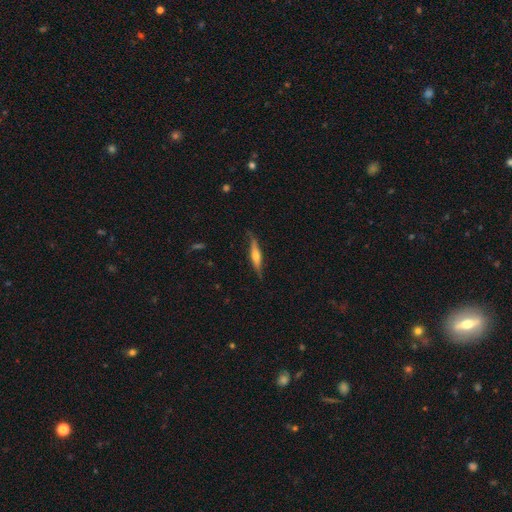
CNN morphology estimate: smooth-or-featured: featured or disk: 59% | smooth: 35% | star or artifact: 6%
  disk-edge-on: yes: 94% | no: 6%
    edge-on-bulge: rounded: 84% | boxy: 8% | none: 7%
  merging: none: 81% | minor disturbance: 15% | major disturbance: 3% | merger: 1%